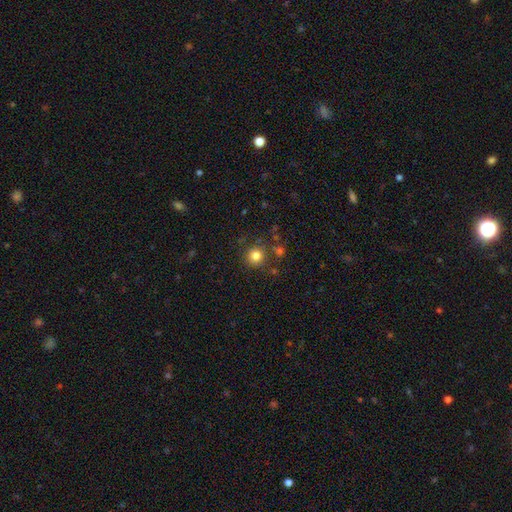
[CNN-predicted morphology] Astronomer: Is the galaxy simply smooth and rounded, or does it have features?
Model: smooth — 81%.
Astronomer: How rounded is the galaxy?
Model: round — 93%.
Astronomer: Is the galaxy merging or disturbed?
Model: none — 84%.